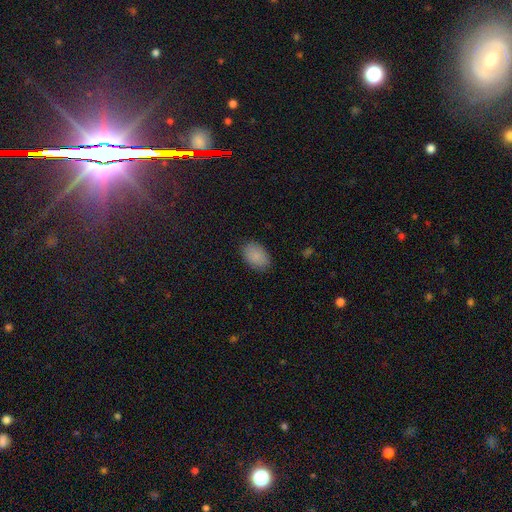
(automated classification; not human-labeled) smooth 87%, star or artifact 8%, featured or disk 5%. Down the decision tree: how rounded — in between (87%); merging — none (86%).